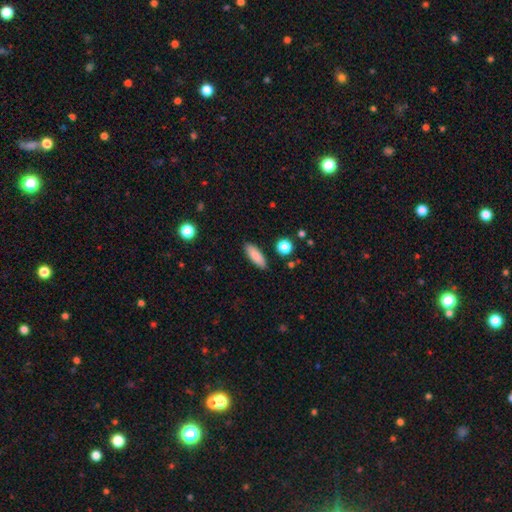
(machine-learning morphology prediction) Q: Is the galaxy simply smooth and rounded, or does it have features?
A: smooth — 86%.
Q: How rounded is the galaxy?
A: in between — 54%.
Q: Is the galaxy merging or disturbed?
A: none — 88%.